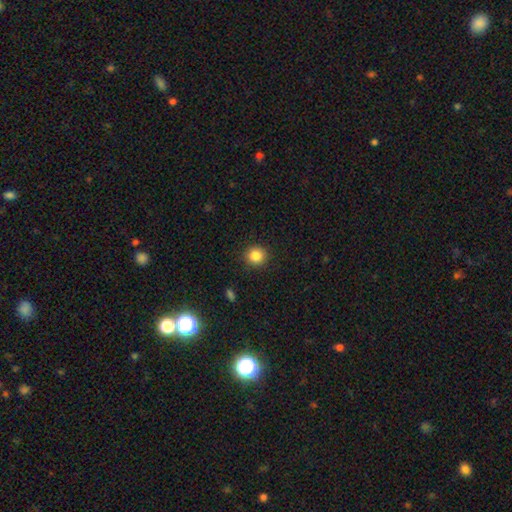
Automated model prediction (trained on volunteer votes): smooth-or-featured: smooth: 85% | star or artifact: 10% | featured or disk: 5%
  how-rounded: round: 93% | in between: 6% | cigar-shaped: 1%
  merging: none: 91% | minor disturbance: 5% | major disturbance: 2% | merger: 1%